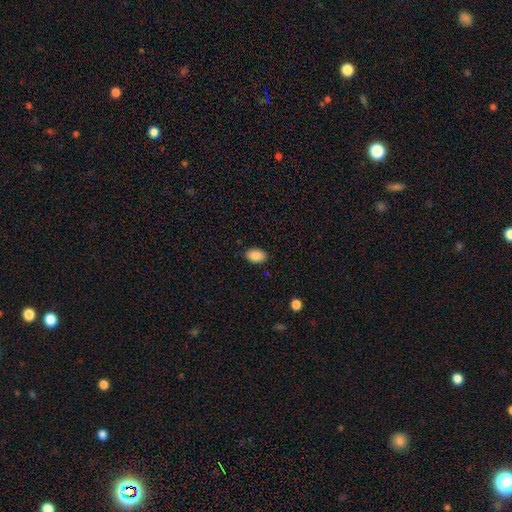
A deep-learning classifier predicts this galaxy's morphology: The model was most divided on "merging": none: 87%, minor disturbance: 10%, major disturbance: 2%, merger: 1%. More confident: smooth or featured — smooth (89%); how rounded — in between (88%).